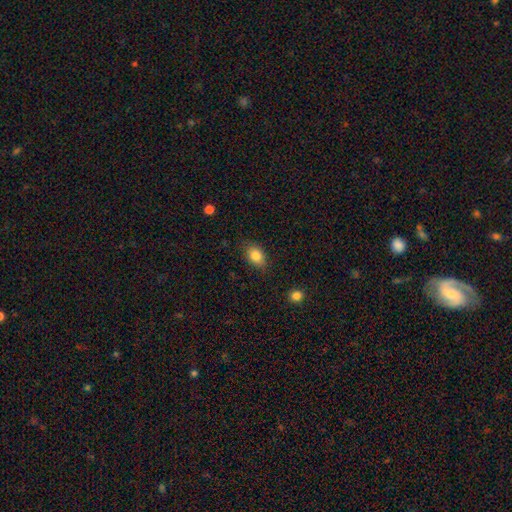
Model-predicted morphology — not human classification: Q: Smooth or featured?
A: smooth (84%); runner-up: star or artifact (9%)
Q: How rounded?
A: in between (78%); runner-up: round (20%)
Q: Merging?
A: none (80%); runner-up: minor disturbance (15%)